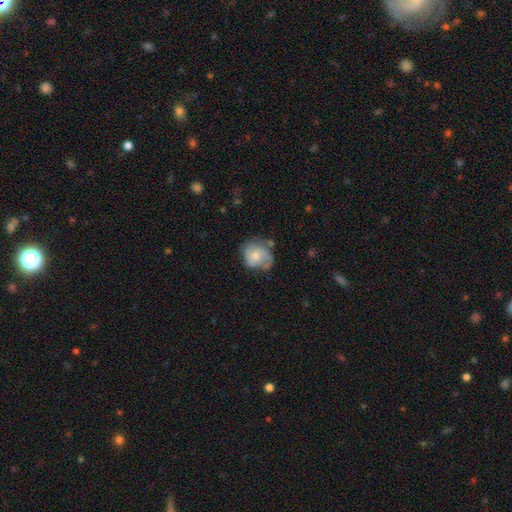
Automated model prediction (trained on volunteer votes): The model was most divided on "bulge size": moderate: 48%, small: 43%, none: 4%, large: 4%, dominant: 1%. More confident: edge-on disk — no (98%); spiral arms — yes (84%); bar — no (75%); smooth or featured — featured or disk (57%); merging — none (53%).